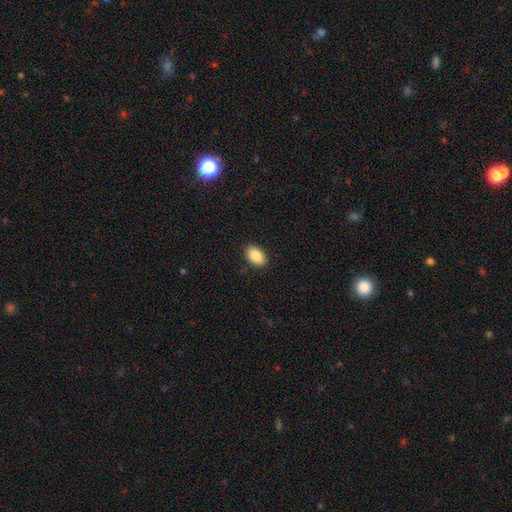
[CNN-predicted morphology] smooth 87%, star or artifact 7%, featured or disk 5%. Down the decision tree: how rounded — in between (91%); merging — none (90%).